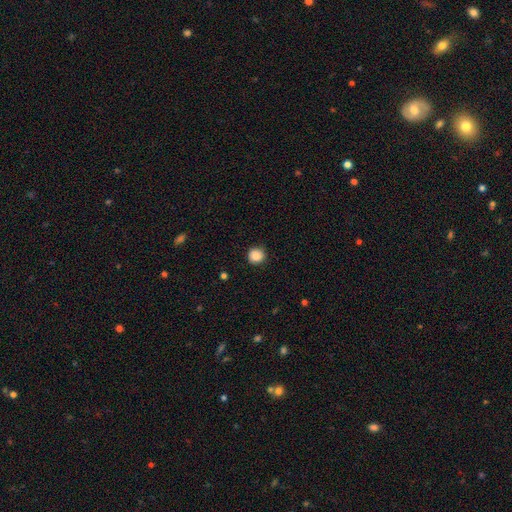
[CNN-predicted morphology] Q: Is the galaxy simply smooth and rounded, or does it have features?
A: smooth — 86%.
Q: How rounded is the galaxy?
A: round — 94%.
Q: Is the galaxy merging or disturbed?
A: none — 89%.